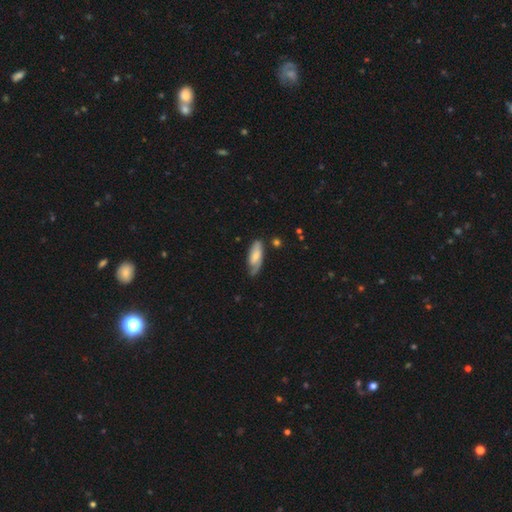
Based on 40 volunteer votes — Overall: featured or disk (57%; smooth 38%). Edge-on disk: no (91%). Bar: weak (71%). Spiral arms: yes (100%). Spiral arm count: 2 (52%; 1 33%). Spiral winding: tight (43%, tied with medium). Bulge size: small (57%; moderate 38%). Merging: none (55%; minor disturbance 37%).